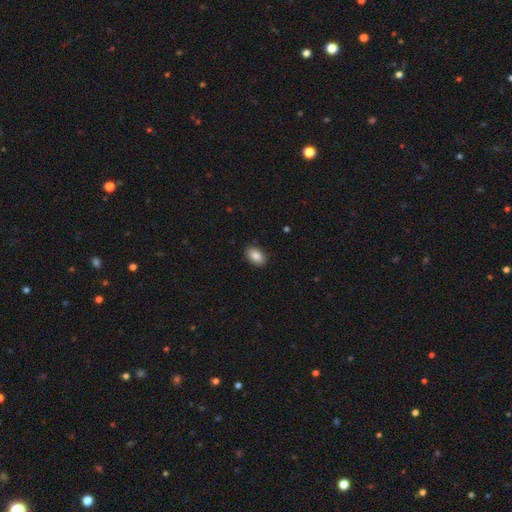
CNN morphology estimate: A smooth galaxy with no disk features (87%) that is in between round and cigar-shaped (89%).

Vote fractions:
- Smooth or featured? smooth: 87% / star or artifact: 8% / featured or disk: 5%
- How rounded? in between: 89% / round: 10% / cigar-shaped: 1%
- Merging? none: 89% / minor disturbance: 8% / major disturbance: 2% / merger: 1%